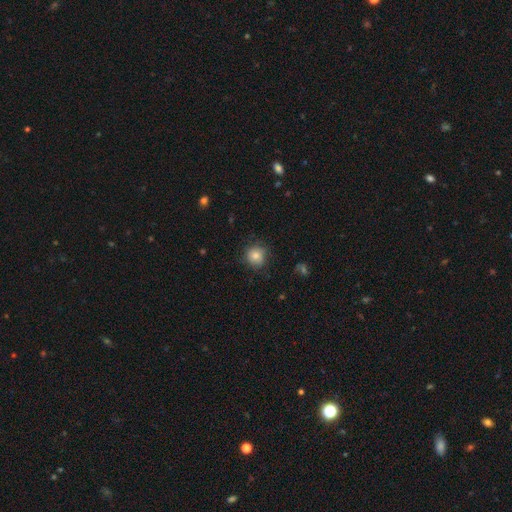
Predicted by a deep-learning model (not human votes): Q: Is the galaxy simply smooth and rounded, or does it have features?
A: smooth — 80%.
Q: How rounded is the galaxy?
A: round — 89%.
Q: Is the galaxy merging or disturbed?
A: none — 79%.